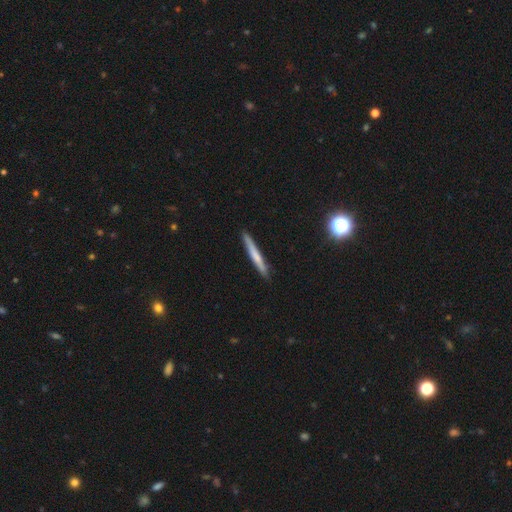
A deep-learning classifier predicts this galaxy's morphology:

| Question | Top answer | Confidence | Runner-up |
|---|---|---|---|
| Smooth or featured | smooth | 59% | featured or disk (34%) |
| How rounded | cigar-shaped | 96% | in between (3%) |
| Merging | none | 90% | minor disturbance (8%) |